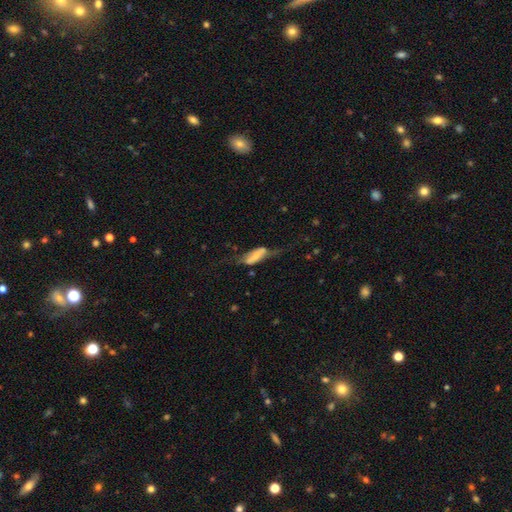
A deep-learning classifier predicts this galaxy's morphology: Smooth or featured? Predicted: featured or disk (p=0.52). Edge-on disk? Predicted: no (p=0.75). Merging? Predicted: major disturbance (p=0.36).